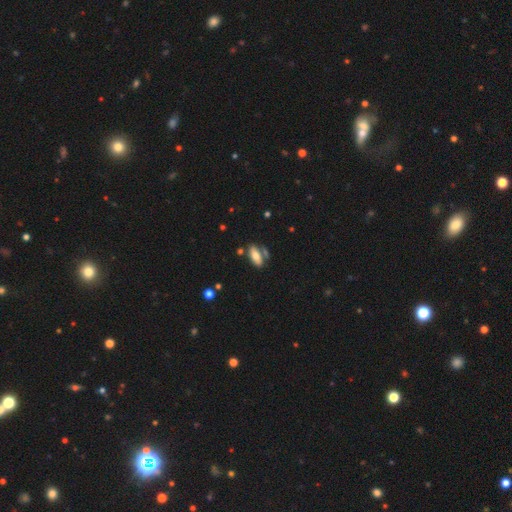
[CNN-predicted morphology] Overall: smooth (72%). How rounded: in between (84%). Merging: none (63%).